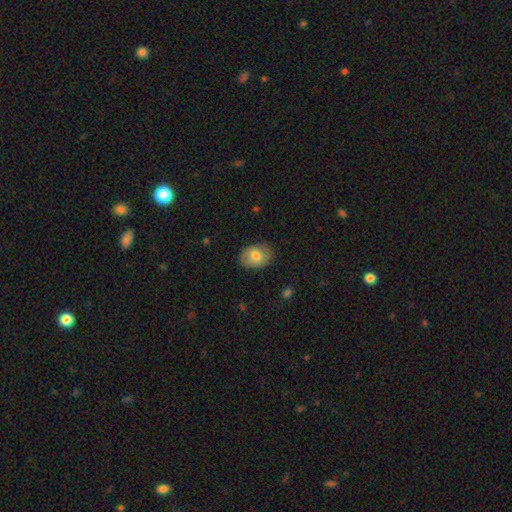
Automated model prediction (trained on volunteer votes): Morphology: type=smooth (75%); roundness=in between (73%); merging=none (82%).